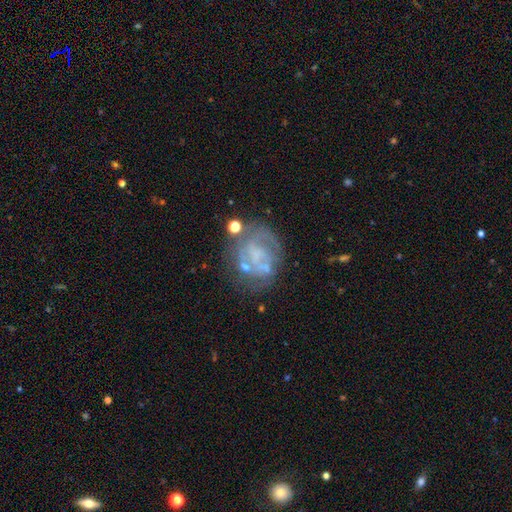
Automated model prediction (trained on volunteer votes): Morphology: type=featured or disk (70%); edge-on=no (98%); bar=no (75%); spiral arms=no (52%); bulge=none (65%); merging=none (51%).